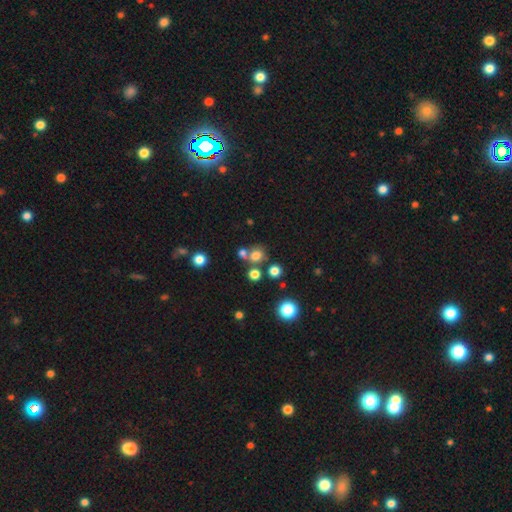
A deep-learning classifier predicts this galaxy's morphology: The model was most divided on "merging": none: 57%, merger: 29%, minor disturbance: 10%, major disturbance: 5%. More confident: how rounded — round (78%); smooth or featured — smooth (71%).